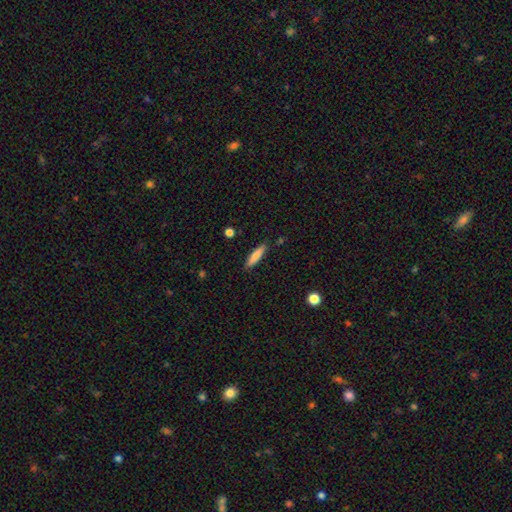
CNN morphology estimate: Smooth or featured?
  - smooth: 79% *
  - featured or disk: 15%
  - star or artifact: 6%
How rounded?
  - cigar-shaped: 81% *
  - in between: 17%
  - round: 2%
Merging?
  - none: 88% *
  - minor disturbance: 9%
  - major disturbance: 2%
  - merger: 2%